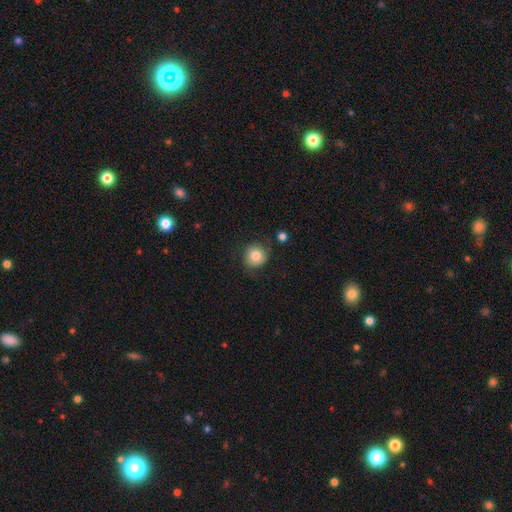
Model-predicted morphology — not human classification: Smooth or featured?
  - smooth: 81% *
  - featured or disk: 10%
  - star or artifact: 9%
How rounded?
  - round: 89% *
  - in between: 10%
  - cigar-shaped: 1%
Merging?
  - none: 76% *
  - minor disturbance: 16%
  - major disturbance: 5%
  - merger: 3%